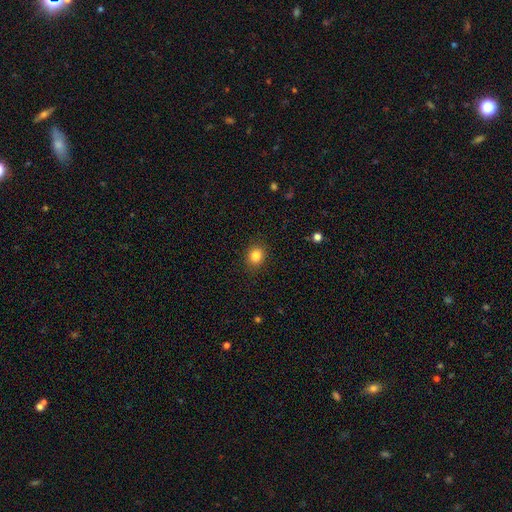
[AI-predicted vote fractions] Smooth or featured? smooth (84%)
How rounded? round (70%)
Merging? none (89%)